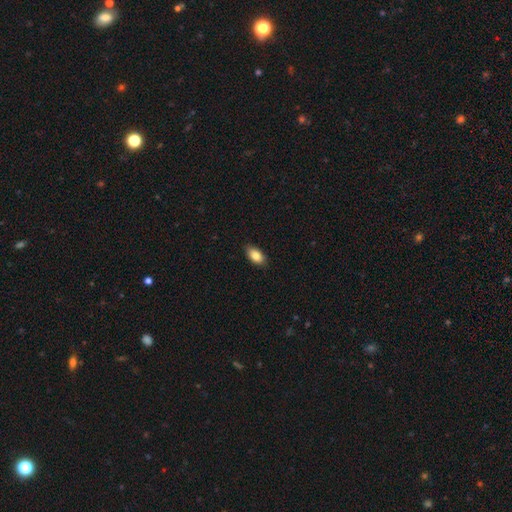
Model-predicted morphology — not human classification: type=smooth (85%); roundness=in between (92%); merging=none (86%).